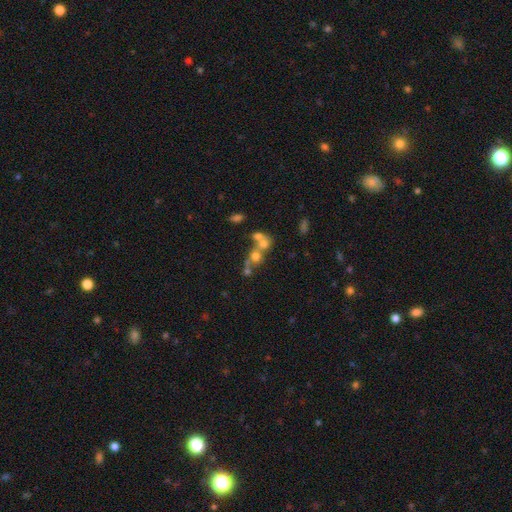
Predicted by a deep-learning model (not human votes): A smooth galaxy with no disk features (49%).

Vote fractions:
- Smooth or featured? smooth: 49% / featured or disk: 30% / star or artifact: 22%
- Merging? merger: 53% / none: 33% / minor disturbance: 8% / major disturbance: 7%